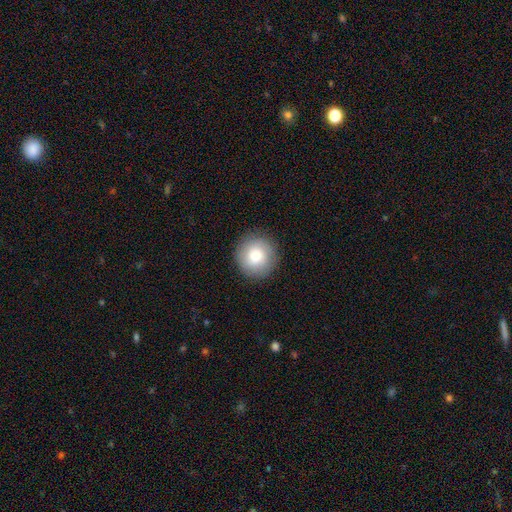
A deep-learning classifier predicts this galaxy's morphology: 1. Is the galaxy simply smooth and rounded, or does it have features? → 80% smooth, 12% featured or disk, 8% star or artifact.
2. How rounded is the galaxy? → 95% round, 4% in between, 1% cigar-shaped.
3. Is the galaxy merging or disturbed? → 90% none, 7% minor disturbance, 2% major disturbance, 1% merger.